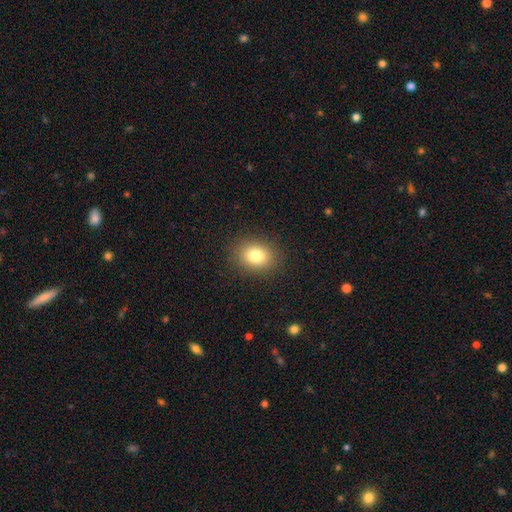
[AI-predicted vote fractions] A smooth galaxy with no disk features (80%) that is in between round and cigar-shaped (52%). Merging: none (88%).